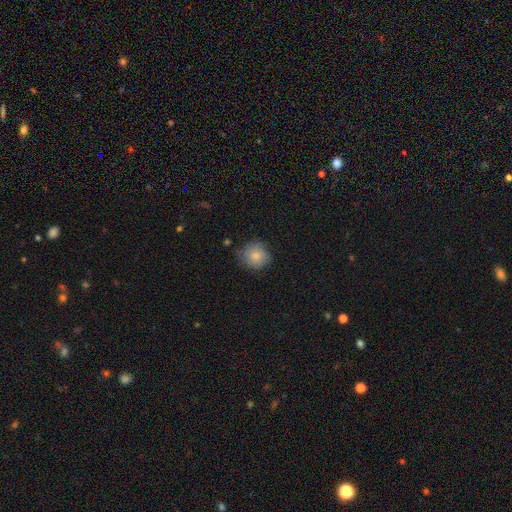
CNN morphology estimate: Smooth or featured? smooth (80%)
How rounded? round (89%)
Merging? none (72%)